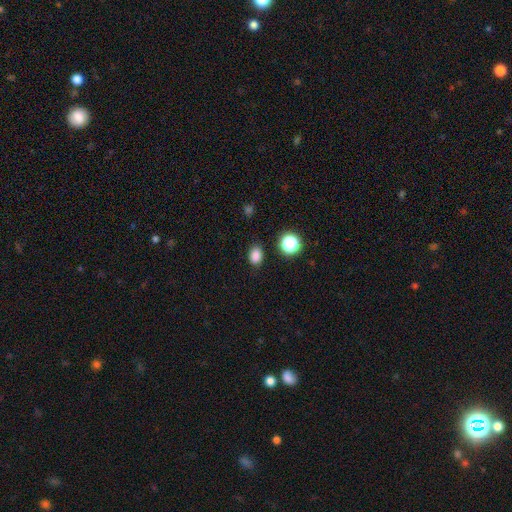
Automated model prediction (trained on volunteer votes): Morphology: type=smooth (83%); roundness=in between (66%); merging=none (87%).